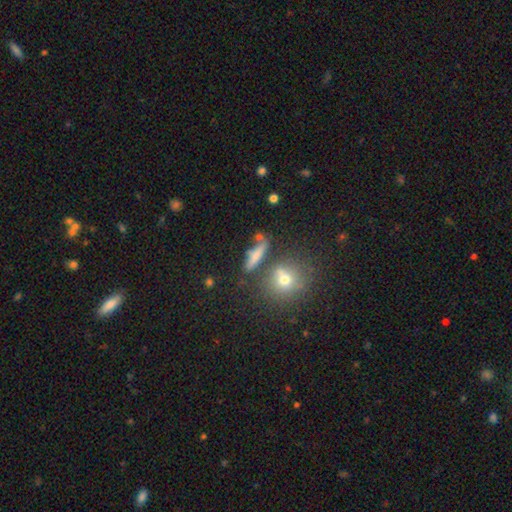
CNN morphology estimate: A smooth galaxy with no disk features (62%) that is cigar-shaped (62%).

Vote fractions:
- Smooth or featured? smooth: 62% / featured or disk: 23% / star or artifact: 15%
- How rounded? cigar-shaped: 62% / in between: 24% / round: 13%
- Merging? none: 66% / minor disturbance: 15% / merger: 13% / major disturbance: 7%